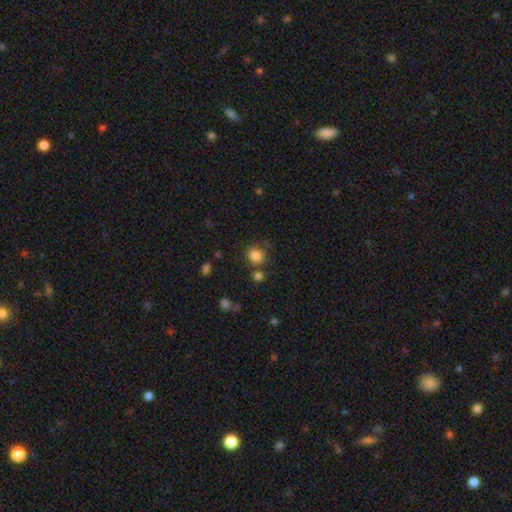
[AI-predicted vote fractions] smooth-or-featured: smooth: 84% | star or artifact: 12% | featured or disk: 5%
  how-rounded: round: 76% | in between: 23% | cigar-shaped: 1%
  merging: none: 71% | minor disturbance: 13% | merger: 11% | major disturbance: 5%